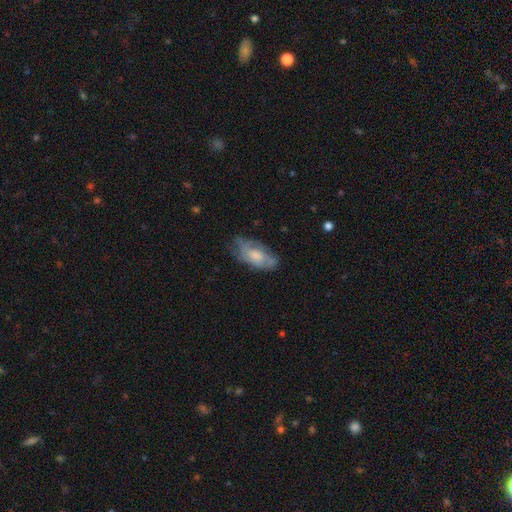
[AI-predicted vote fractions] This appears to be a featured or disk galaxy (49%). Merging: none (56%).